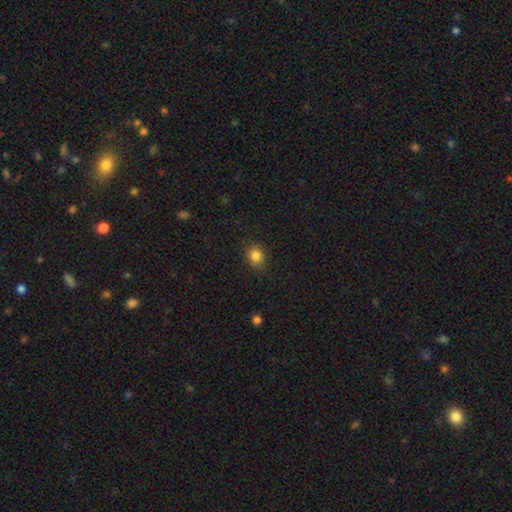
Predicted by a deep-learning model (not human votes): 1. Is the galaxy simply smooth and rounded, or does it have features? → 85% smooth, 11% star or artifact, 5% featured or disk.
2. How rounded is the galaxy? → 65% round, 34% in between, 1% cigar-shaped.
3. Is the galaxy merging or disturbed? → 86% none, 10% minor disturbance, 3% major disturbance, 1% merger.